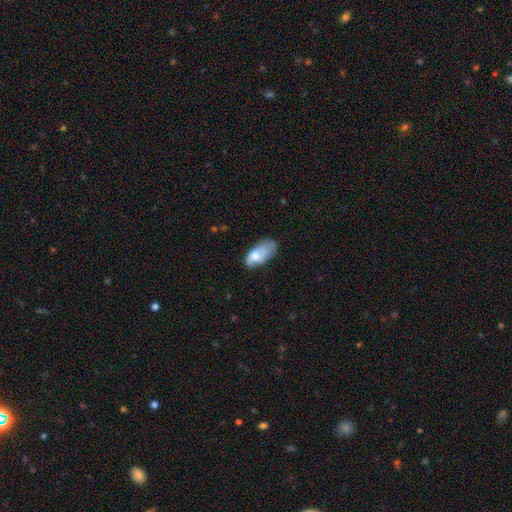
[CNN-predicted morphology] This is likely a smooth galaxy (69%). How rounded: clearly in between (90%). Merging: marginally minor disturbance (39%).